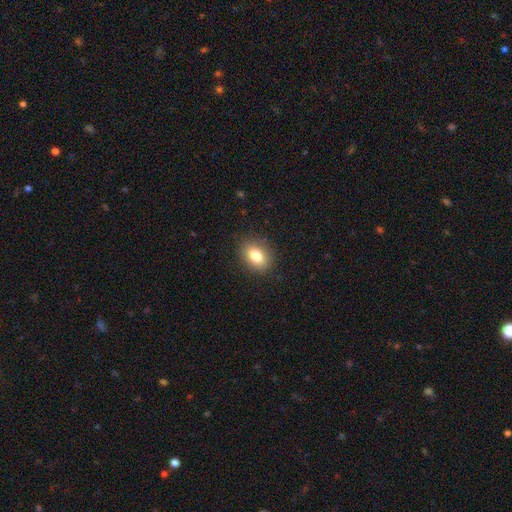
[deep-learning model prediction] Smooth or featured? Predicted: smooth (p=0.81). How rounded? Predicted: in between (p=0.70). Merging? Predicted: none (p=0.87).